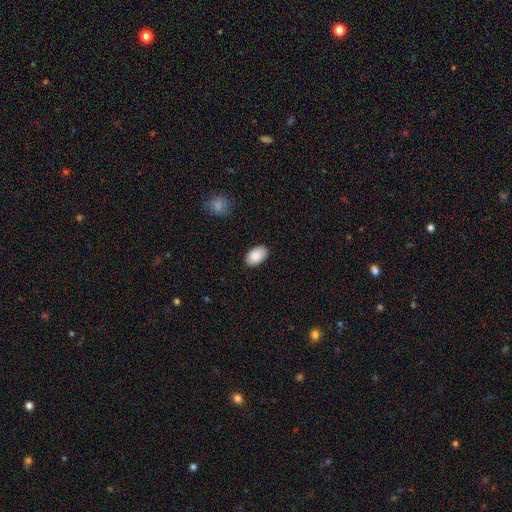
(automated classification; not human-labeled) smooth_or_featured: smooth (p=0.89) [alt: star or artifact p=0.06]
how_rounded: in between (p=0.93) [alt: round p=0.06]
merging: none (p=0.88) [alt: minor disturbance p=0.09]